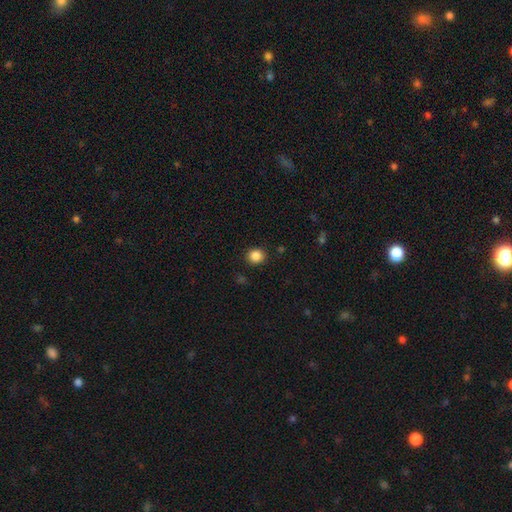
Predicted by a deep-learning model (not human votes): A smooth galaxy with no disk features (86%) that is round (84%).

Vote fractions:
- Smooth or featured? smooth: 86% / star or artifact: 10% / featured or disk: 3%
- How rounded? round: 84% / in between: 15% / cigar-shaped: 1%
- Merging? none: 90% / minor disturbance: 7% / major disturbance: 2% / merger: 1%